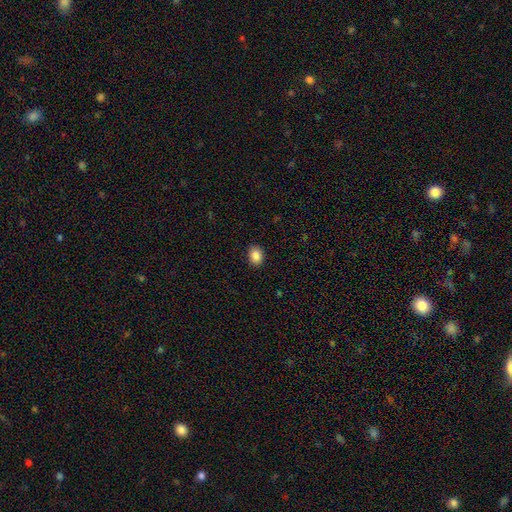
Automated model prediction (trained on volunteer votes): Morphology: type=smooth (87%); roundness=in between (54%); merging=none (87%).